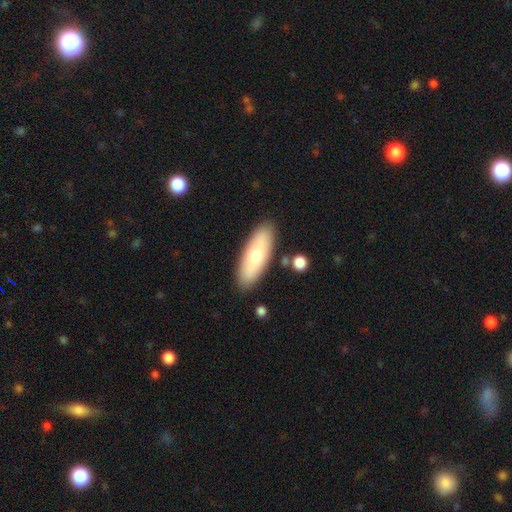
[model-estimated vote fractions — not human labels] Smooth or featured?
  - smooth: 67% *
  - featured or disk: 27%
  - star or artifact: 6%
How rounded?
  - in between: 66% *
  - cigar-shaped: 32%
  - round: 2%
Merging?
  - none: 86% *
  - minor disturbance: 9%
  - merger: 3%
  - major disturbance: 2%